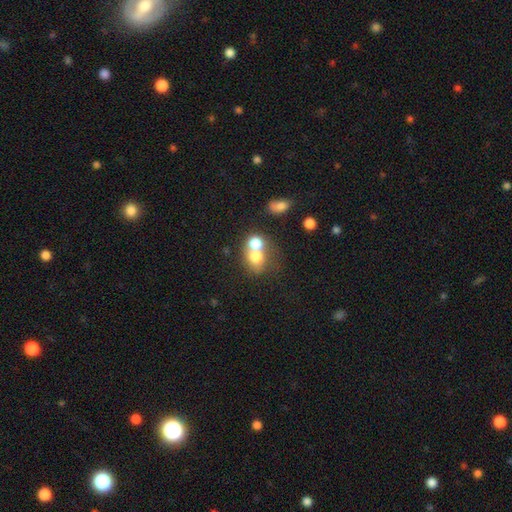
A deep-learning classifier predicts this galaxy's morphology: Q: Smooth or featured?
A: smooth (70%); runner-up: featured or disk (17%)
Q: How rounded?
A: round (60%); runner-up: in between (39%)
Q: Merging?
A: merger (60%); runner-up: none (27%)